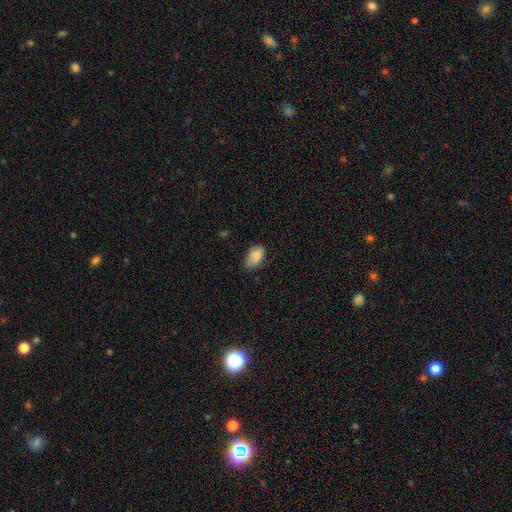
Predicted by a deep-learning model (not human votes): Smooth or featured? Predicted: smooth (p=0.85). How rounded? Predicted: in between (p=0.90). Merging? Predicted: none (p=0.56).